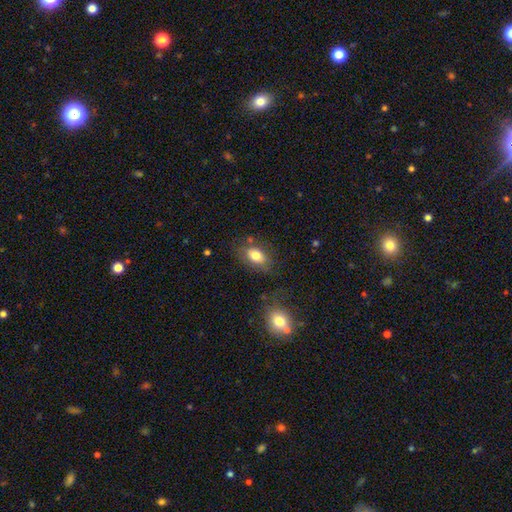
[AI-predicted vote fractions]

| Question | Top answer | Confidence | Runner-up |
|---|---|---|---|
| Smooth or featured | smooth | 79% | featured or disk (13%) |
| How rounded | in between | 84% | round (14%) |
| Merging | none | 71% | minor disturbance (18%) |